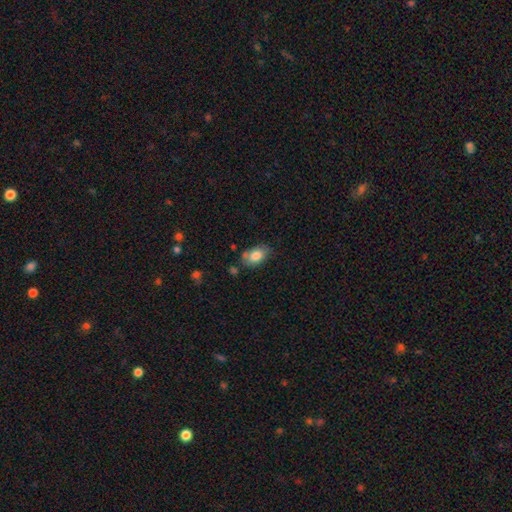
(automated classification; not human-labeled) Overall: smooth (82%). How rounded: in between (87%). Merging: none (67%).